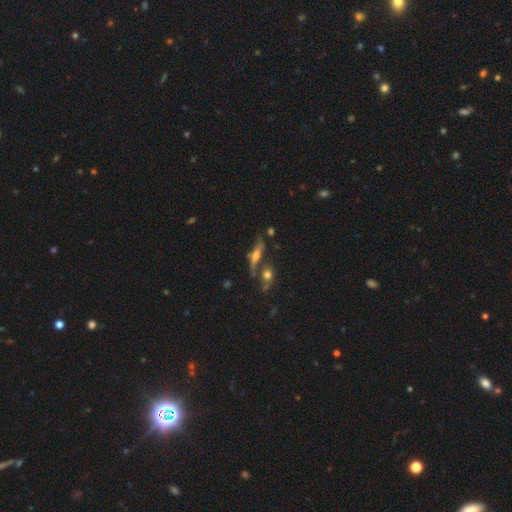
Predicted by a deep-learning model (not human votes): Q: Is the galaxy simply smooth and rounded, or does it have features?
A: featured or disk — 62%.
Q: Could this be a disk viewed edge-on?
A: yes — 84%.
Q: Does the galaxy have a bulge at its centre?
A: rounded — 91%.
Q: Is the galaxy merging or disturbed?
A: none — 52%.